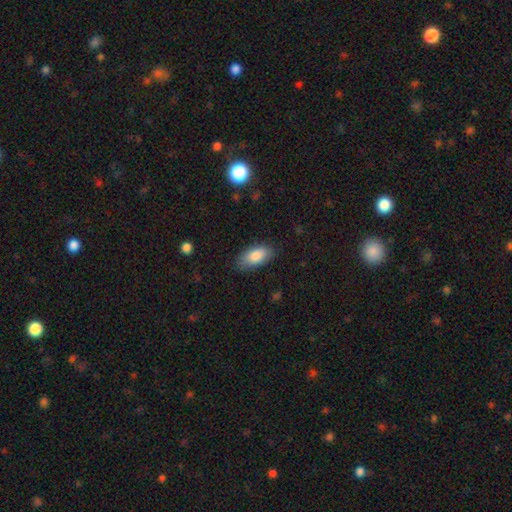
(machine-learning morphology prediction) type=smooth (85%); roundness=in between (90%); merging=none (81%).